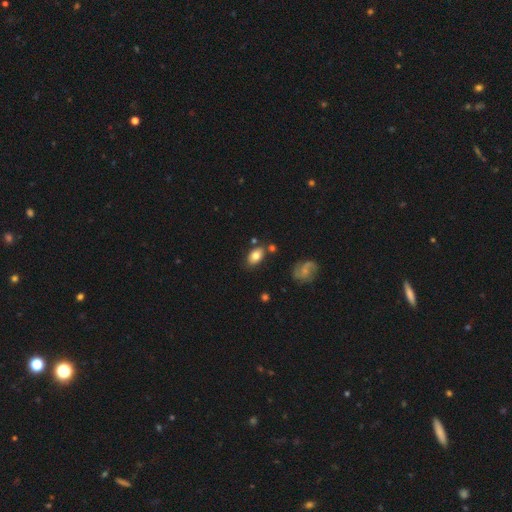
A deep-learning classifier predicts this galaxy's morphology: Smooth or featured? Predicted: smooth (p=0.78). How rounded? Predicted: in between (p=0.88). Merging? Predicted: none (p=0.74).